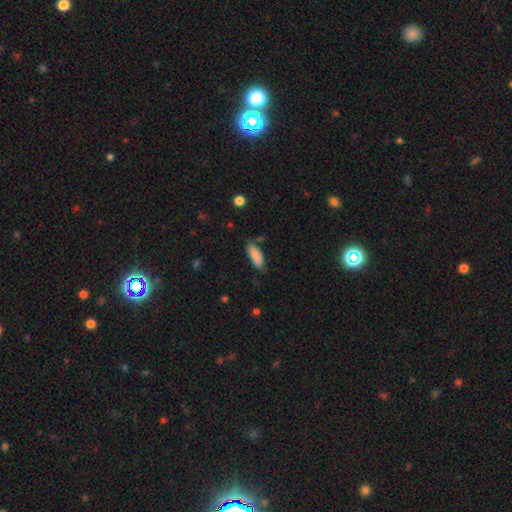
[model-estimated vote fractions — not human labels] smooth-or-featured: smooth: 87% | star or artifact: 7% | featured or disk: 6%
  how-rounded: in between: 70% | cigar-shaped: 28% | round: 2%
  merging: none: 72% | minor disturbance: 21% | major disturbance: 4% | merger: 3%